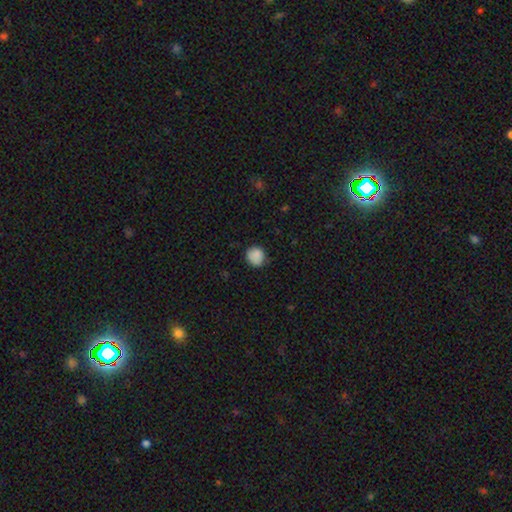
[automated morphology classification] This appears to be a smooth galaxy with no disk features (85%) that is round (81%). Merging: none (73%).